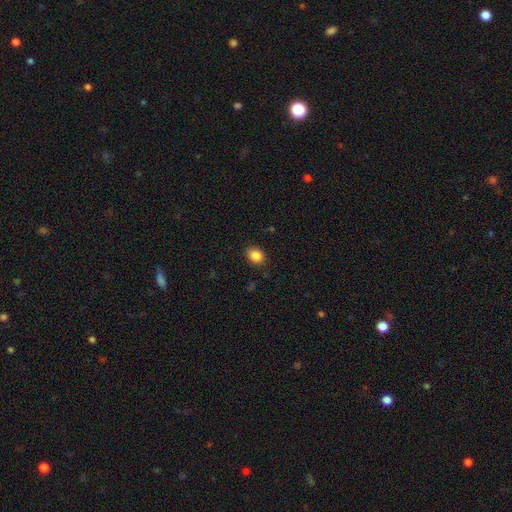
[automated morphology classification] Smooth or featured? Predicted: smooth (p=0.86). How rounded? Predicted: round (p=0.51). Merging? Predicted: none (p=0.86).